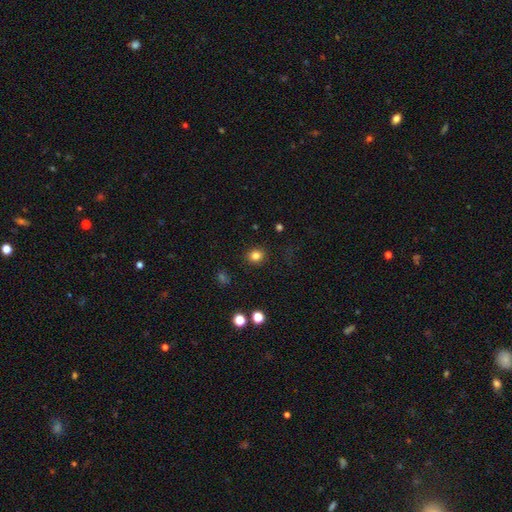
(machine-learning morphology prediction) Smooth or featured: smooth — 82% (star or artifact — 12%)
How rounded: round — 80% (in between — 19%)
Merging: none — 89% (minor disturbance — 7%)